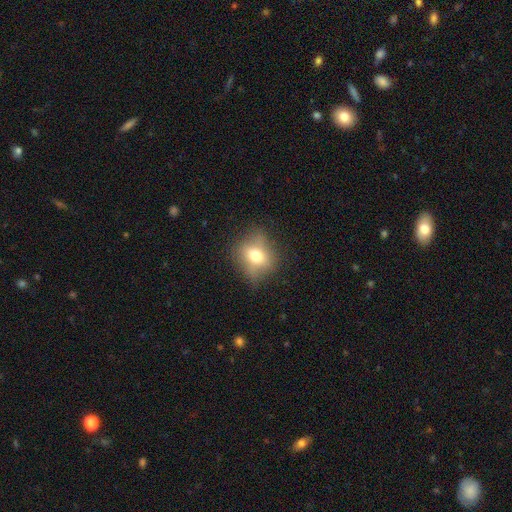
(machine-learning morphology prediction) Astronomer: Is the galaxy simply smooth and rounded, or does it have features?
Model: smooth — 64%.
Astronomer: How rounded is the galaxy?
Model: round — 55% (runner-up: in between, 42%).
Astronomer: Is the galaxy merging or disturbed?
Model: none — 68%.